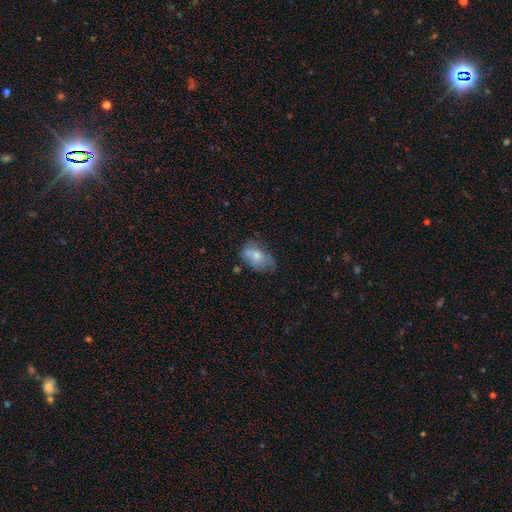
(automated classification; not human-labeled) Smooth or featured?
  - smooth: 68% *
  - featured or disk: 23%
  - star or artifact: 9%
How rounded?
  - in between: 86% *
  - round: 12%
  - cigar-shaped: 2%
Merging?
  - none: 45% *
  - minor disturbance: 34%
  - major disturbance: 17%
  - merger: 5%